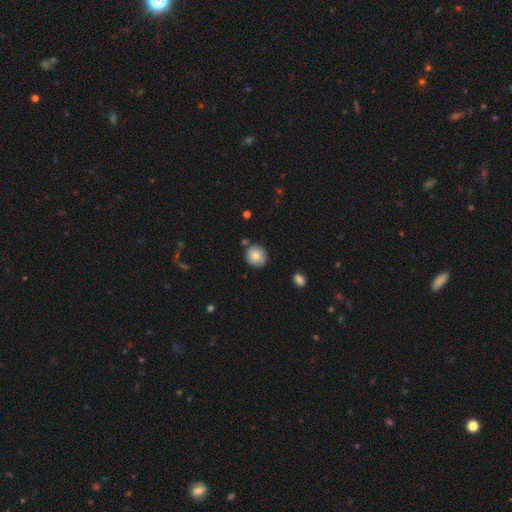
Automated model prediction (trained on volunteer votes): A smooth galaxy with no disk features (78%) that is round (92%). Merging: none (84%).